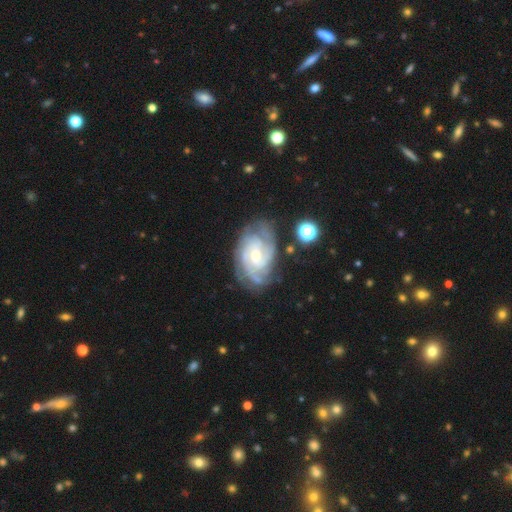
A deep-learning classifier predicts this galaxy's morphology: A featured or disk galaxy (89%) with no bar (59%), can't tell (26%, tied with 3) tight (67%) spiral arms (97%) and a small central bulge (53%). Merging: none (74%).